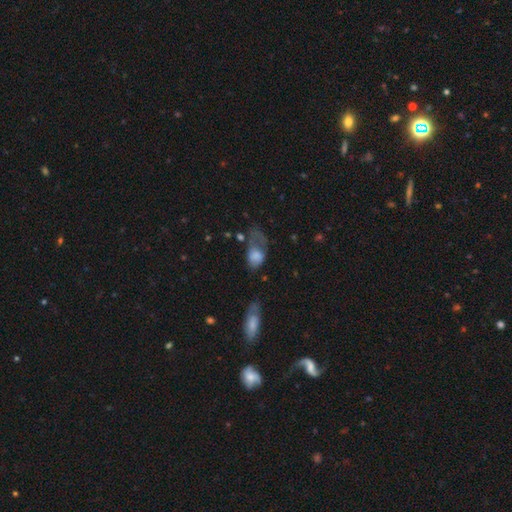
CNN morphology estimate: A smooth galaxy with no disk features (65%) that is in between round and cigar-shaped (84%). Merging: major disturbance (52%).